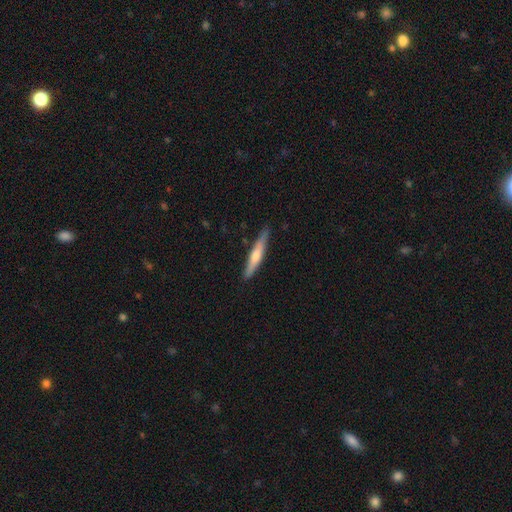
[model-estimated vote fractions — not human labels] featured or disk 50%, smooth 44%, star or artifact 6%. Down the decision tree: edge-on disk — yes (95%); merging — none (87%).